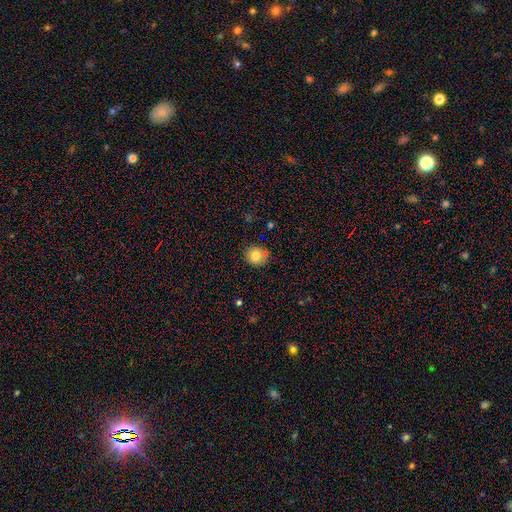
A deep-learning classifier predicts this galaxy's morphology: smooth-or-featured: smooth: 80% | star or artifact: 11% | featured or disk: 9%
  how-rounded: round: 85% | in between: 14% | cigar-shaped: 1%
  merging: none: 78% | minor disturbance: 12% | merger: 7% | major disturbance: 3%